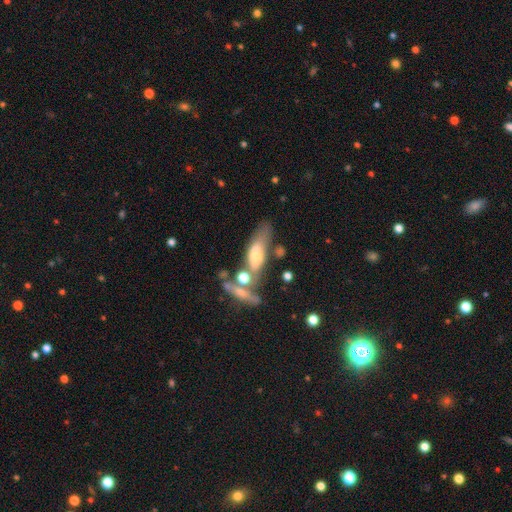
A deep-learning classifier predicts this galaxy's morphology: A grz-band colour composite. It shows a smooth galaxy with no disk features (48%). Merging: none (38%).